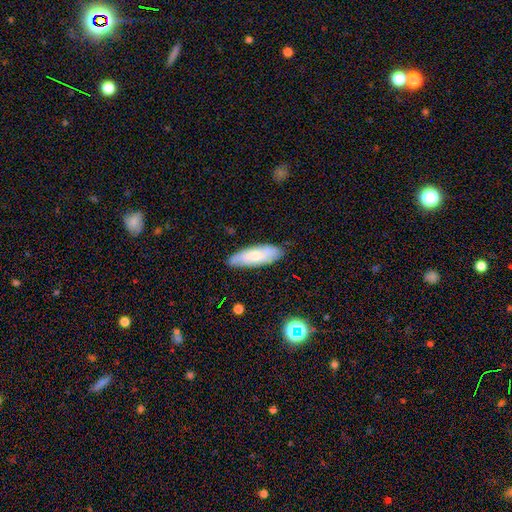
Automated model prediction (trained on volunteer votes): Overall: smooth (66%; featured or disk 28%). How rounded: in between (61%; cigar-shaped 37%). Merging: none (80%).